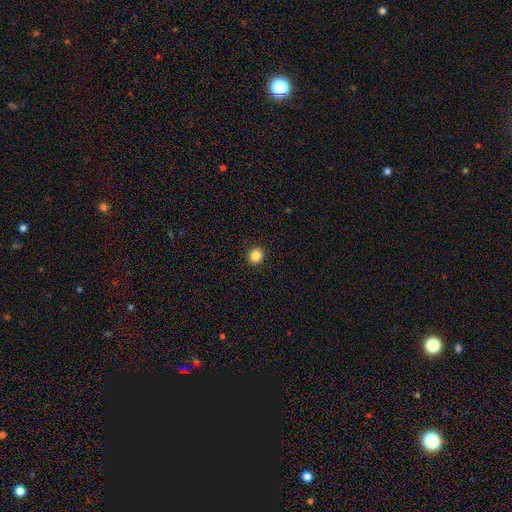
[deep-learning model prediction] smooth 86%, star or artifact 11%, featured or disk 3%. Down the decision tree: how rounded — round (82%); merging — none (93%).